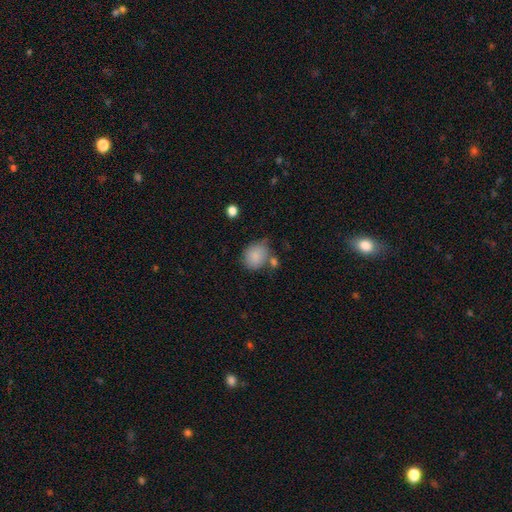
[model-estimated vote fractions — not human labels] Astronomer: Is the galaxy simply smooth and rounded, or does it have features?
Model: smooth — 85%.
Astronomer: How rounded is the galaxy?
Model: round — 63%.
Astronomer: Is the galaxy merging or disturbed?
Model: none — 57%.